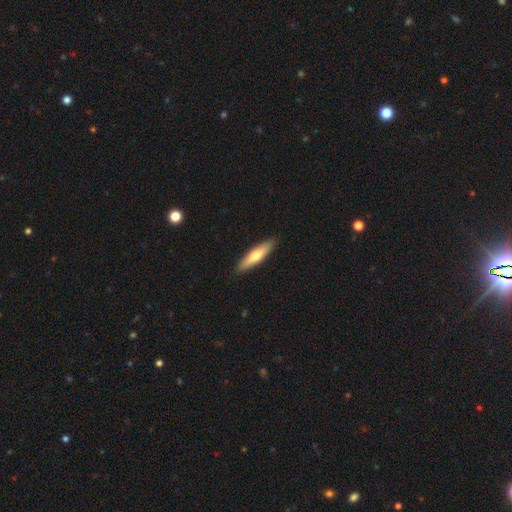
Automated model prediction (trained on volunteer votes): Smooth or featured: smooth — 61% (featured or disk — 34%)
How rounded: cigar-shaped — 73% (in between — 25%)
Merging: none — 90% (minor disturbance — 7%)